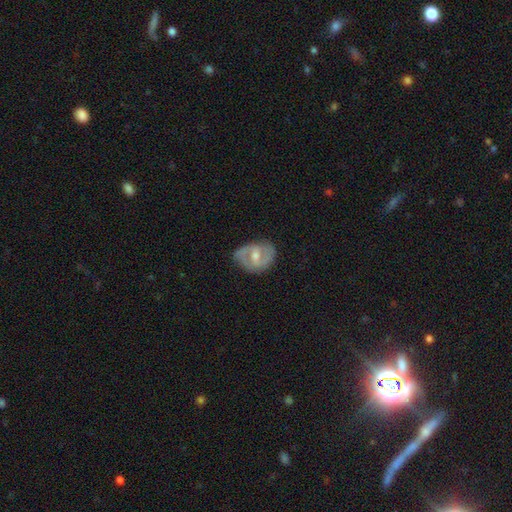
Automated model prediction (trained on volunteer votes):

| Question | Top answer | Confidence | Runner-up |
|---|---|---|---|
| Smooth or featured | featured or disk | 70% | smooth (23%) |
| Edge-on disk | no | 96% | yes (4%) |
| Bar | weak | 54% | strong (25%) |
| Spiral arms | yes | 80% | no (20%) |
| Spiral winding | medium | 46% | tight (32%) |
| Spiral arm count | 2 | 77% | can't tell (14%) |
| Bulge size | moderate | 61% | small (30%) |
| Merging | none | 71% | minor disturbance (21%) |